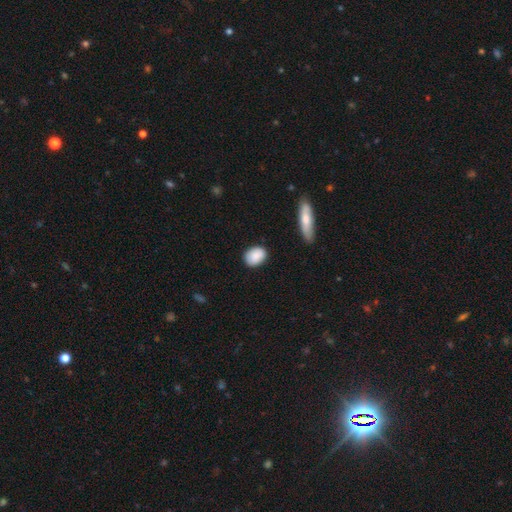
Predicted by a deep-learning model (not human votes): smooth-or-featured: smooth: 88% | star or artifact: 6% | featured or disk: 6%
  how-rounded: in between: 68% | round: 30% | cigar-shaped: 2%
  merging: none: 83% | minor disturbance: 13% | major disturbance: 2% | merger: 2%